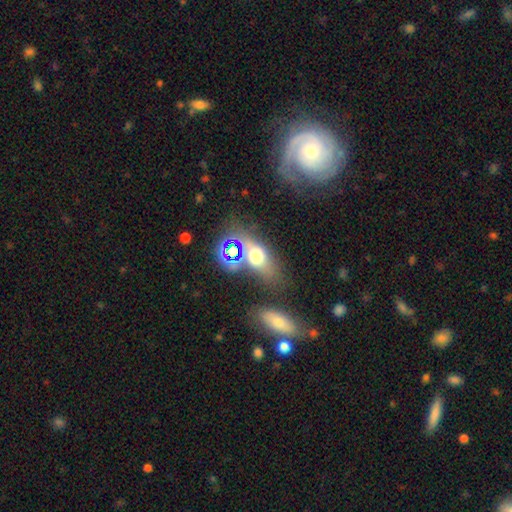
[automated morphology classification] A smooth galaxy with no disk features (51%) that is in between round and cigar-shaped (69%).

Vote fractions:
- Smooth or featured? smooth: 51% / star or artifact: 28% / featured or disk: 21%
- How rounded? in between: 69% / round: 22% / cigar-shaped: 9%
- Merging? none: 56% / merger: 19% / minor disturbance: 15% / major disturbance: 10%